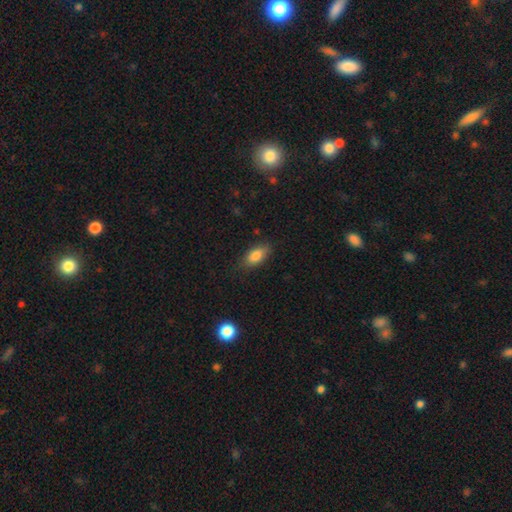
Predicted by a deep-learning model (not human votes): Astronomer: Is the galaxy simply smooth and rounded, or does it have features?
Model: smooth — 84%.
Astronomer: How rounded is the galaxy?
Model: in between — 88%.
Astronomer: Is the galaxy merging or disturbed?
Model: none — 80%.